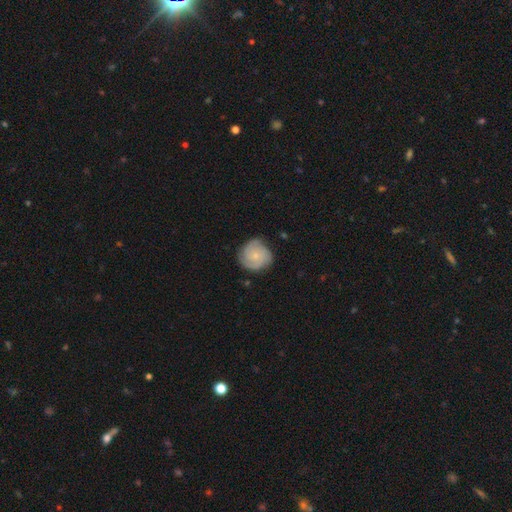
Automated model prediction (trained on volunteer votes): Q: Smooth or featured?
A: featured or disk (67%); runner-up: smooth (27%)
Q: Edge-on disk?
A: no (98%); runner-up: yes (2%)
Q: Bar?
A: no (80%); runner-up: weak (18%)
Q: Spiral arms?
A: yes (94%); runner-up: no (6%)
Q: Spiral winding?
A: tight (65%); runner-up: medium (29%)
Q: Spiral arm count?
A: 3 (45%); runner-up: 2 (18%)
Q: Bulge size?
A: small (72%); runner-up: moderate (20%)
Q: Merging?
A: none (76%); runner-up: minor disturbance (19%)